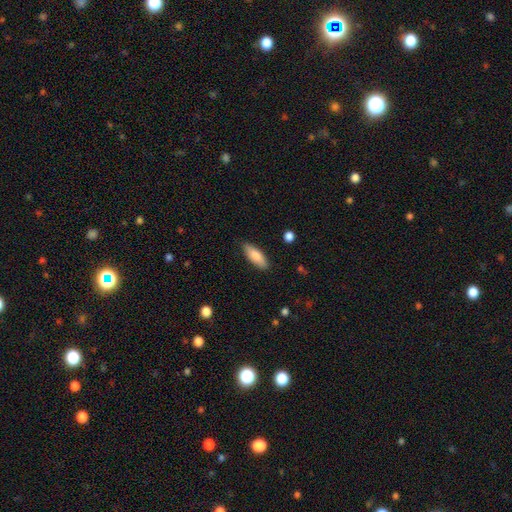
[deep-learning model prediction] smooth 82%, featured or disk 12%, star or artifact 6%. Down the decision tree: how rounded — in between (70%); merging — none (85%).